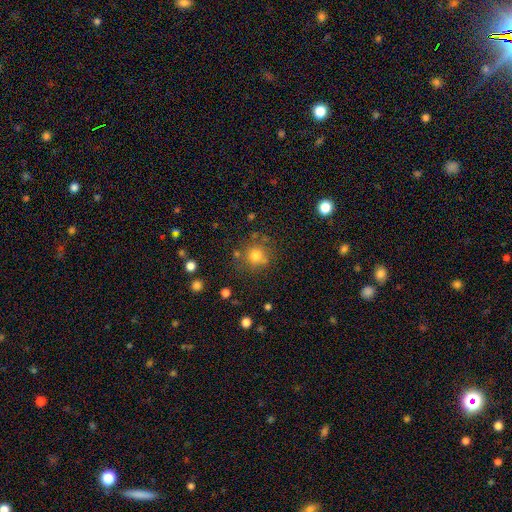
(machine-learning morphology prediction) Smooth or featured? Predicted: smooth (p=0.76). How rounded? Predicted: round (p=0.91). Merging? Predicted: none (p=0.75).